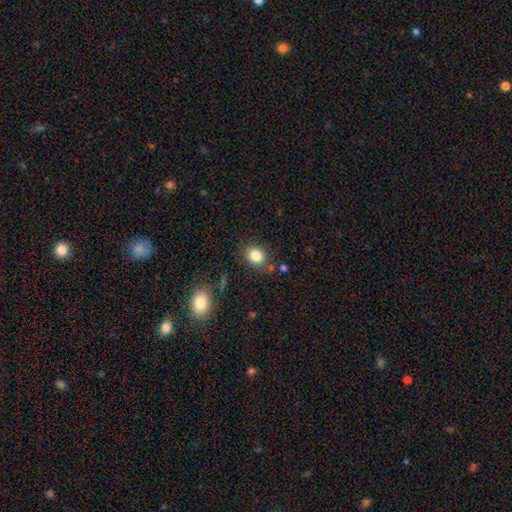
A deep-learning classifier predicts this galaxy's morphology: Smooth or featured?
  - smooth: 84% *
  - star or artifact: 10%
  - featured or disk: 6%
How rounded?
  - round: 54% *
  - in between: 45%
  - cigar-shaped: 1%
Merging?
  - none: 78% *
  - minor disturbance: 13%
  - merger: 5%
  - major disturbance: 4%